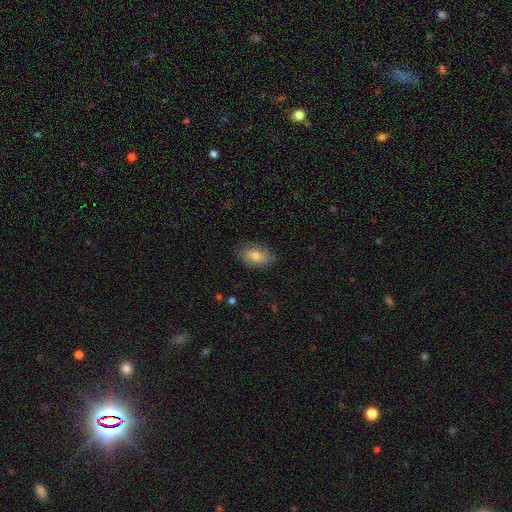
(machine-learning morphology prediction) smooth_or_featured: smooth (p=0.69) [alt: featured or disk p=0.22]
how_rounded: in between (p=0.90) [alt: round p=0.08]
merging: none (p=0.81) [alt: minor disturbance p=0.15]